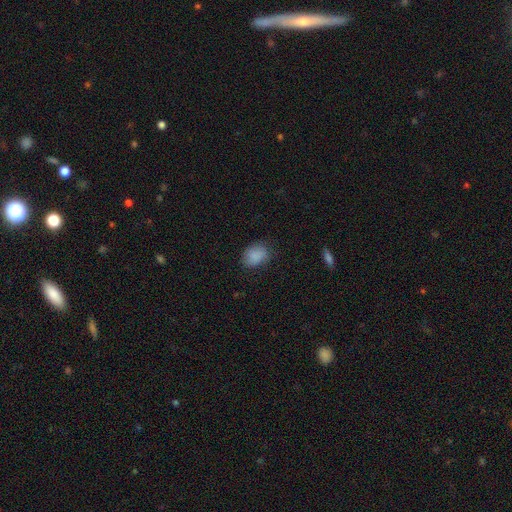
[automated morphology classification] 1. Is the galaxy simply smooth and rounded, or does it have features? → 86% smooth, 9% star or artifact, 5% featured or disk.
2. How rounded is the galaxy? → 70% in between, 29% round, 1% cigar-shaped.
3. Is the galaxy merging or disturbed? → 75% none, 18% minor disturbance, 5% major disturbance, 1% merger.